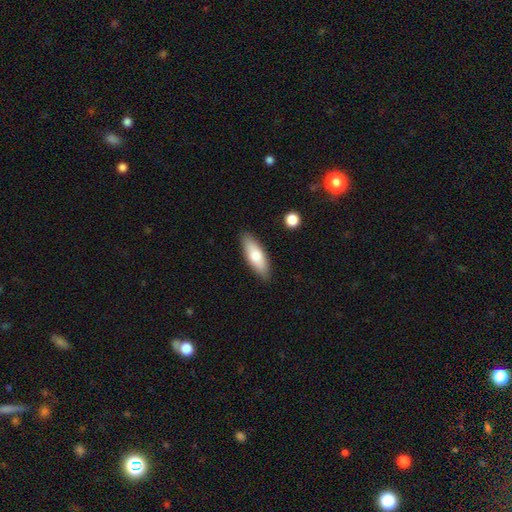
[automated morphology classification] The model was most divided on "how rounded": in between: 59%, cigar-shaped: 39%, round: 2%. More confident: merging — none (87%); smooth or featured — smooth (73%).